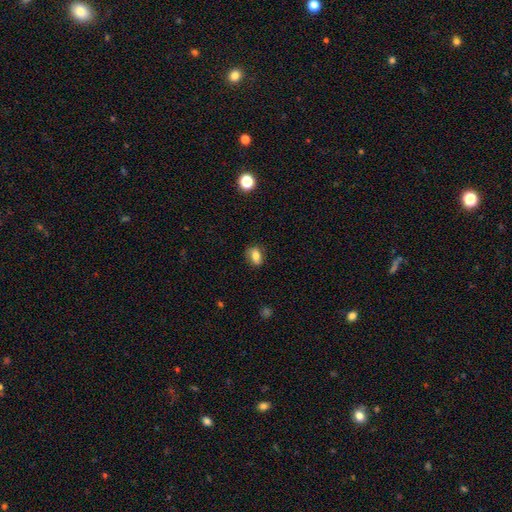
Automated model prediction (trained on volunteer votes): Q: Smooth or featured?
A: smooth (77%); runner-up: featured or disk (13%)
Q: How rounded?
A: in between (74%); runner-up: round (23%)
Q: Merging?
A: none (78%); runner-up: minor disturbance (17%)